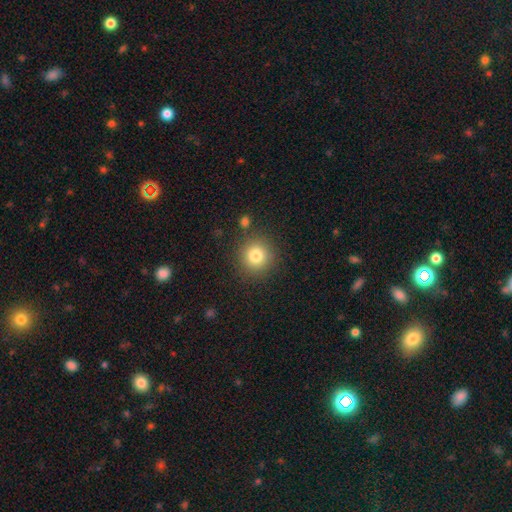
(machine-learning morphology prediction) smooth-or-featured: smooth: 80% | star or artifact: 12% | featured or disk: 8%
  how-rounded: round: 93% | in between: 6% | cigar-shaped: 1%
  merging: none: 85% | minor disturbance: 8% | merger: 4% | major disturbance: 3%